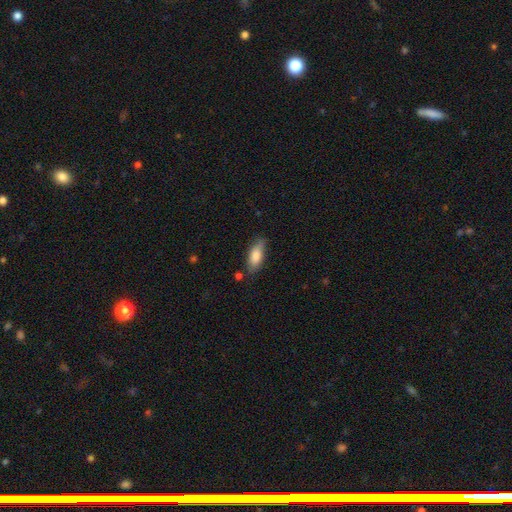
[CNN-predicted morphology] A smooth galaxy with no disk features (81%) that is in between round and cigar-shaped (74%). Merging: none (74%).